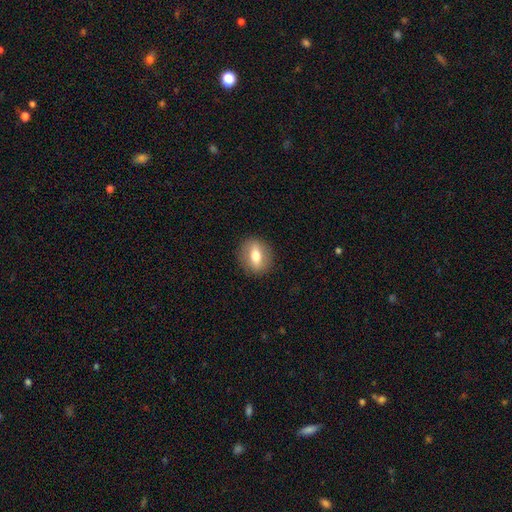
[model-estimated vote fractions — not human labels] A smooth galaxy with no disk features (60%) that is in between round and cigar-shaped (50%). Merging: none (88%).